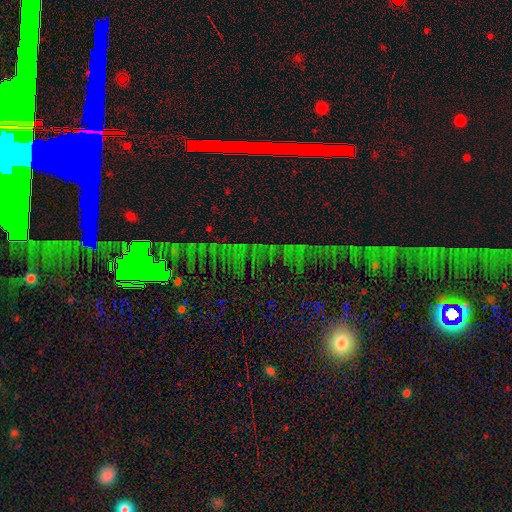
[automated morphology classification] type=star or artifact (74%).